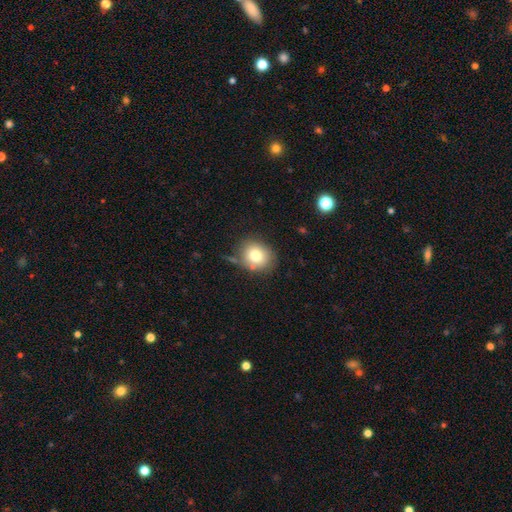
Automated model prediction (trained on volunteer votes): A smooth galaxy with no disk features (78%) that is round (70%).

Vote fractions:
- Smooth or featured? smooth: 78% / featured or disk: 12% / star or artifact: 10%
- How rounded? round: 70% / in between: 29% / cigar-shaped: 1%
- Merging? none: 74% / minor disturbance: 16% / merger: 5% / major disturbance: 5%